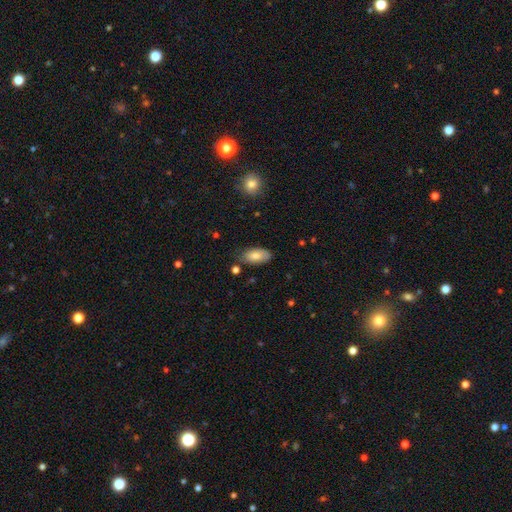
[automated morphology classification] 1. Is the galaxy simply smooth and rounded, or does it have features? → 79% smooth, 14% featured or disk, 7% star or artifact.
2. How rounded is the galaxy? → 94% in between, 4% cigar-shaped, 3% round.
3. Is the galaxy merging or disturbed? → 73% none, 21% minor disturbance, 4% major disturbance, 3% merger.